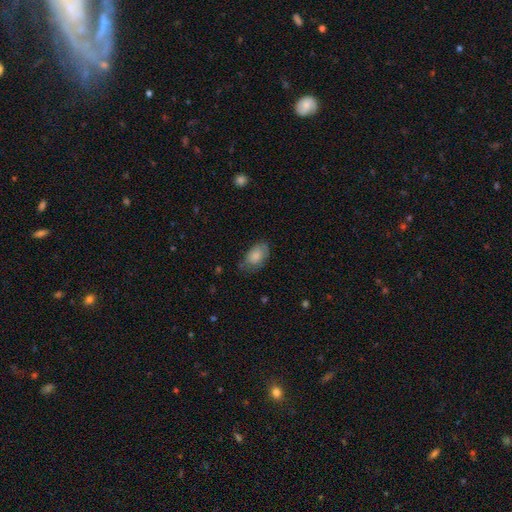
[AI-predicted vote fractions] This appears to be a smooth galaxy with no disk features (82%) that is in between round and cigar-shaped (92%). Merging: none (65%).